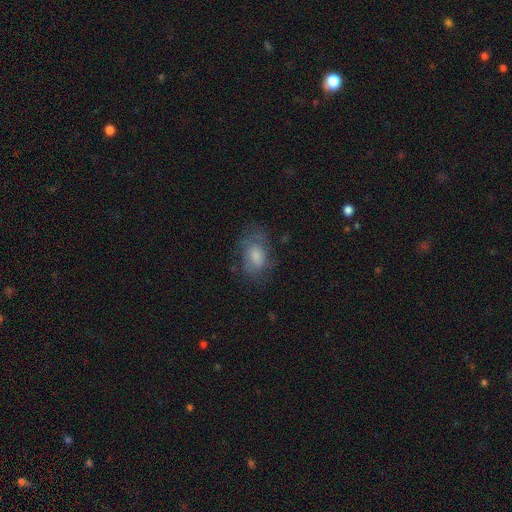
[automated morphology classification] Q: Smooth or featured?
A: smooth (60%); runner-up: featured or disk (31%)
Q: How rounded?
A: in between (81%); runner-up: round (17%)
Q: Merging?
A: none (58%); runner-up: minor disturbance (23%)